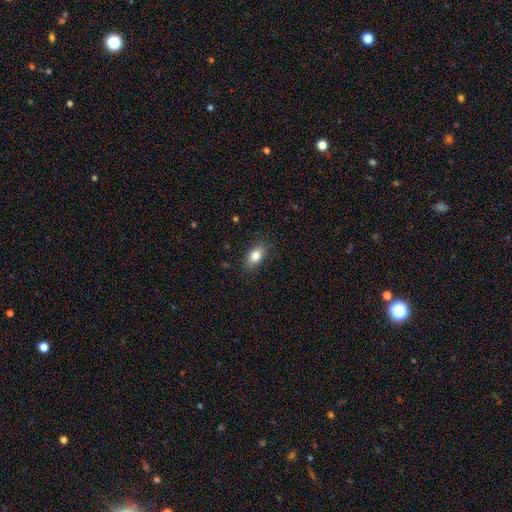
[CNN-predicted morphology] smooth_or_featured: smooth (p=0.82) [alt: featured or disk p=0.09]
how_rounded: in between (p=0.86) [alt: round p=0.10]
merging: none (p=0.85) [alt: minor disturbance p=0.11]